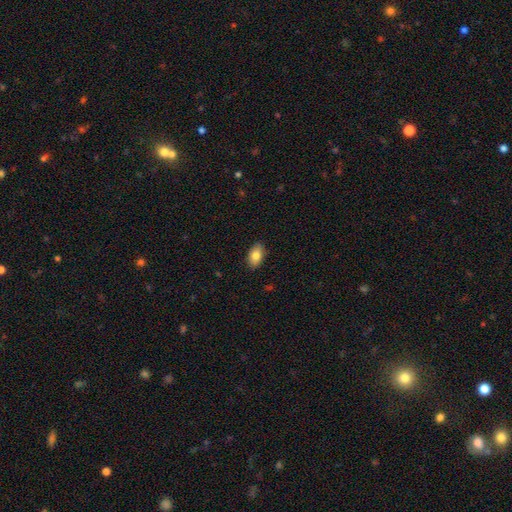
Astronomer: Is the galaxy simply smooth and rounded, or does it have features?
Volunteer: smooth — 84%.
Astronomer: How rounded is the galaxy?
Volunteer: in between — 94%.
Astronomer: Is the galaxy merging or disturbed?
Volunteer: none — 97%.